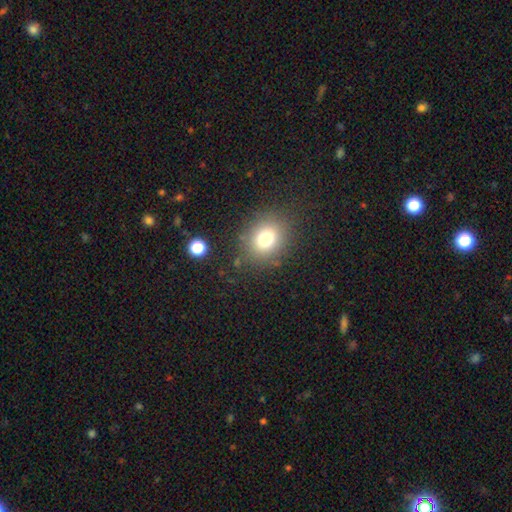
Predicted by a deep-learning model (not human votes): smooth_or_featured: smooth (p=0.69) [alt: star or artifact p=0.24]
how_rounded: round (p=0.74) [alt: in between p=0.25]
merging: none (p=0.88) [alt: minor disturbance p=0.07]